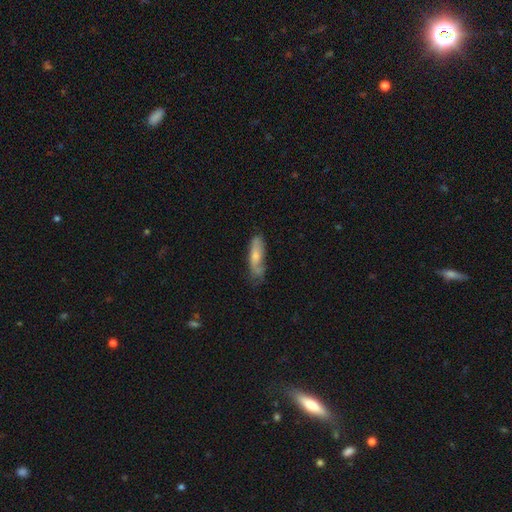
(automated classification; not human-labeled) Smooth or featured? smooth (58%)
How rounded? in between (51%)
Merging? none (51%)